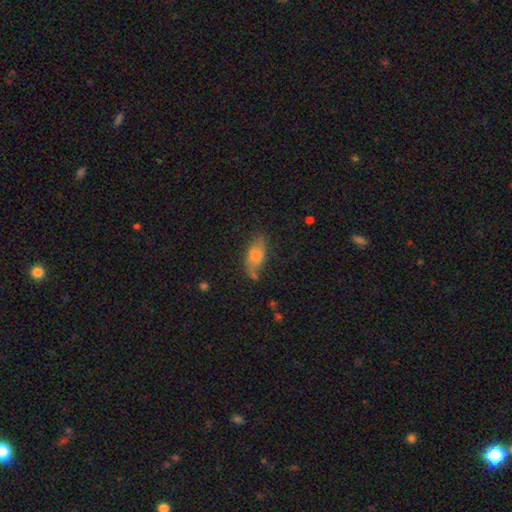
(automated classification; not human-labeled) A smooth galaxy with no disk features (55%) that is in between round and cigar-shaped (82%). Merging: none (60%).